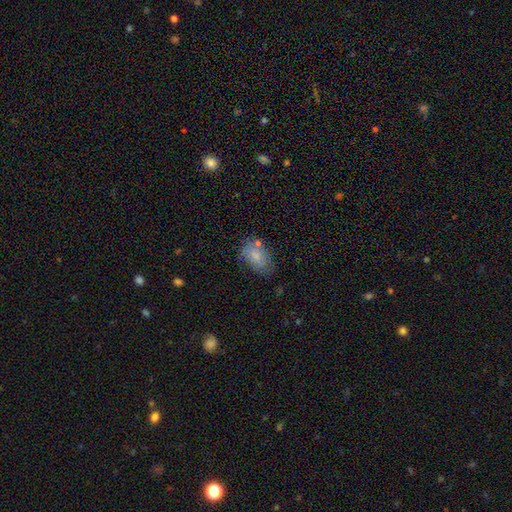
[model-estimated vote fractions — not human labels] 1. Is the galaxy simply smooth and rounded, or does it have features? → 72% smooth, 19% featured or disk, 8% star or artifact.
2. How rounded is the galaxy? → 87% in between, 11% round, 2% cigar-shaped.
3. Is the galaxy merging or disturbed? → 56% none, 26% minor disturbance, 9% major disturbance, 8% merger.